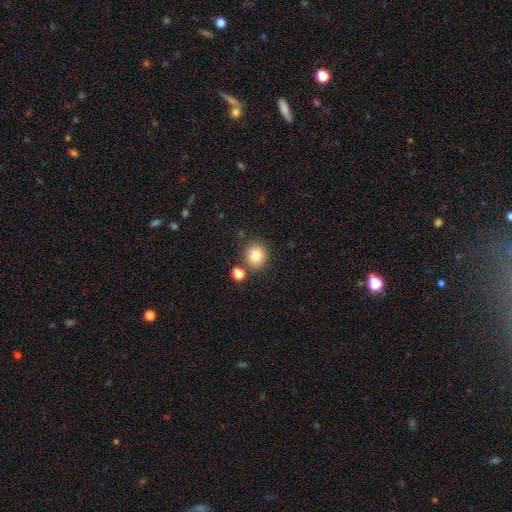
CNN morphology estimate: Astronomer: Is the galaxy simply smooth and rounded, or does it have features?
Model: smooth — 82%.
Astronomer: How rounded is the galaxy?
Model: round — 76%.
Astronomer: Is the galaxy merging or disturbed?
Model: none — 77%.